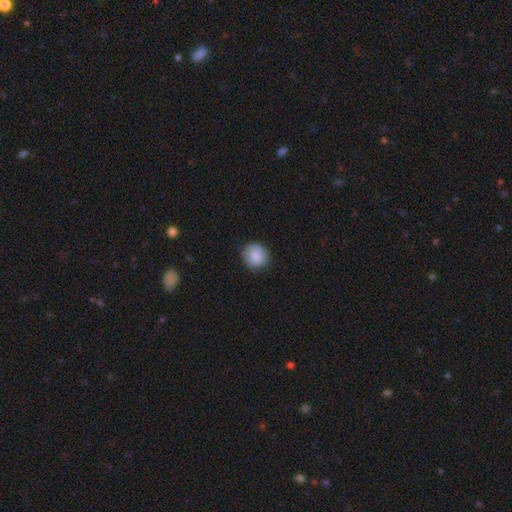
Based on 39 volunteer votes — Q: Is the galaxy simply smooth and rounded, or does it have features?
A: smooth — 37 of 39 (95%).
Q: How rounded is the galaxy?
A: round — 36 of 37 (97%).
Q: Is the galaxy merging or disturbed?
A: none — 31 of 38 (82%).